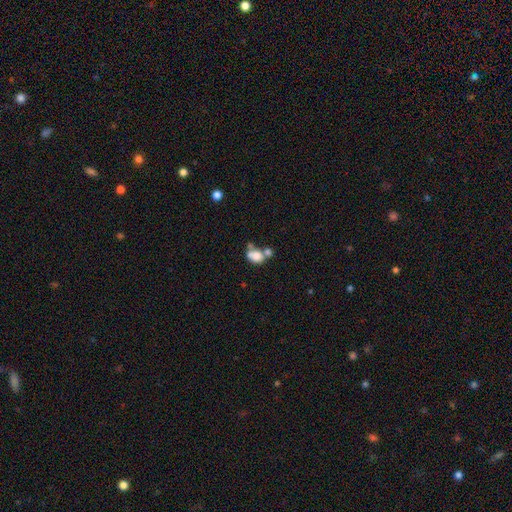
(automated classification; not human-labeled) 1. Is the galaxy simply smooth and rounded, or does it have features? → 74% smooth, 16% featured or disk, 10% star or artifact.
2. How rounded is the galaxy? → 66% in between, 33% round, 1% cigar-shaped.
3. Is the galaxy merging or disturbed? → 52% merger, 26% none, 12% minor disturbance, 9% major disturbance.